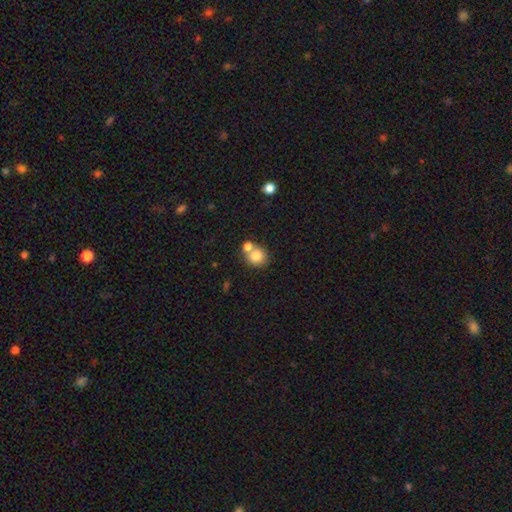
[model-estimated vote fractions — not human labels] A smooth galaxy with no disk features (80%) that is round (76%).

Vote fractions:
- Smooth or featured? smooth: 80% / featured or disk: 11% / star or artifact: 9%
- How rounded? round: 76% / in between: 23% / cigar-shaped: 1%
- Merging? merger: 45% / none: 44% / minor disturbance: 9% / major disturbance: 3%